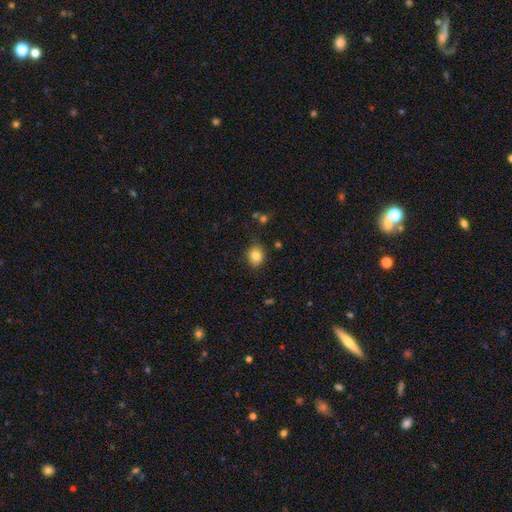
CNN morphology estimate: smooth-or-featured: smooth: 84% | star or artifact: 10% | featured or disk: 7%
  how-rounded: round: 58% | in between: 41% | cigar-shaped: 1%
  merging: none: 82% | minor disturbance: 13% | major disturbance: 3% | merger: 2%